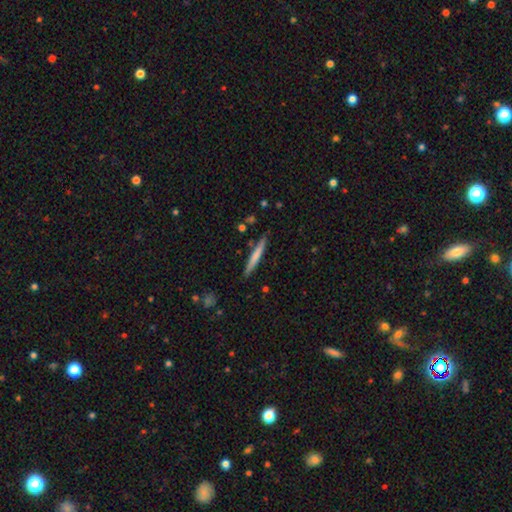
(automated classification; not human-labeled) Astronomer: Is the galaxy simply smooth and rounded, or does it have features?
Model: smooth — 65%.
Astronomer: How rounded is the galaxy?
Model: cigar-shaped — 96%.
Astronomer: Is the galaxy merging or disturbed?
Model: none — 86%.